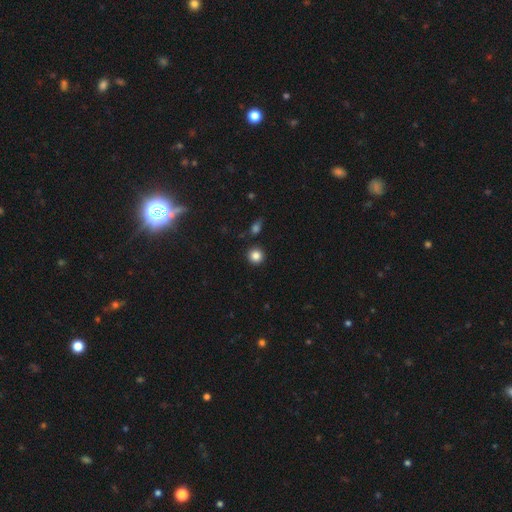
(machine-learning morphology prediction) Smooth or featured: smooth — 85% (star or artifact — 11%)
How rounded: round — 94% (in between — 5%)
Merging: none — 89% (minor disturbance — 6%)